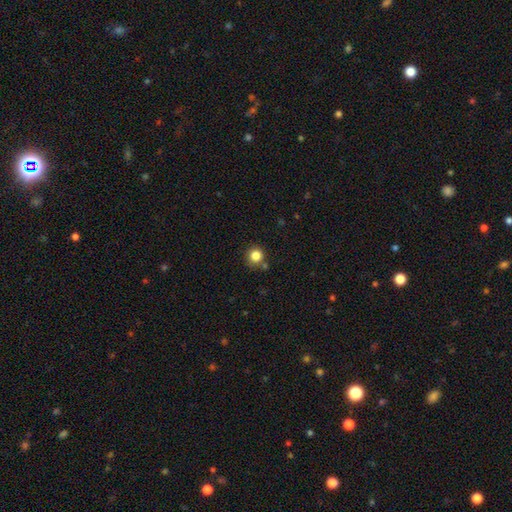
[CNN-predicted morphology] This appears to be a smooth galaxy with no disk features (84%) that is round (93%). Merging: none (81%).